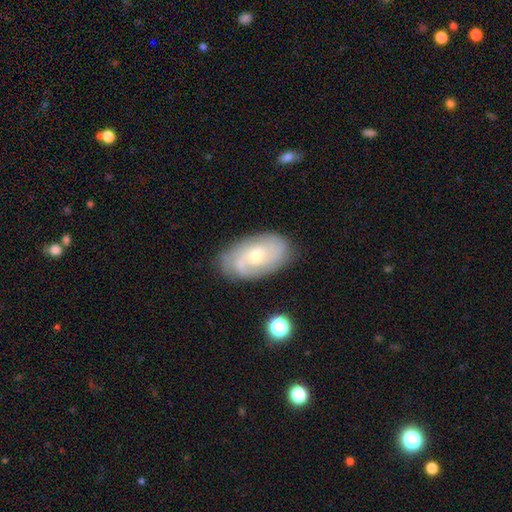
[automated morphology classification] This is likely a featured or disk galaxy (77%). It is clearly not viewed edge-on (95%). Bar: likely no (68%). Spiral arm pattern: clearly yes (93%). Spiral arm count: marginally can't tell (32%). Spiral winding: possibly tight (58%). Central bulge: possibly small (59%). Merging: likely none (80%).